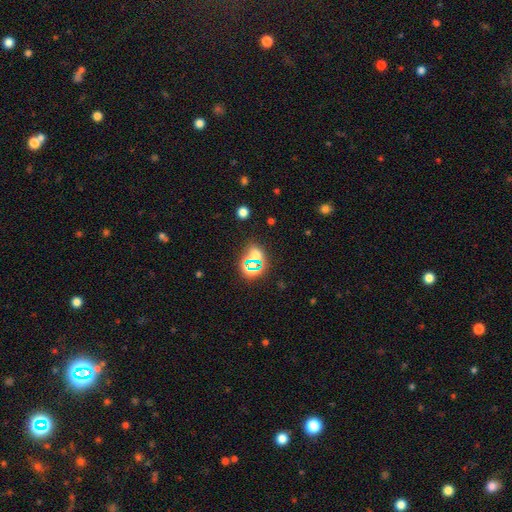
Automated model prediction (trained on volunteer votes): A star or artifact, not a galaxy (57%).